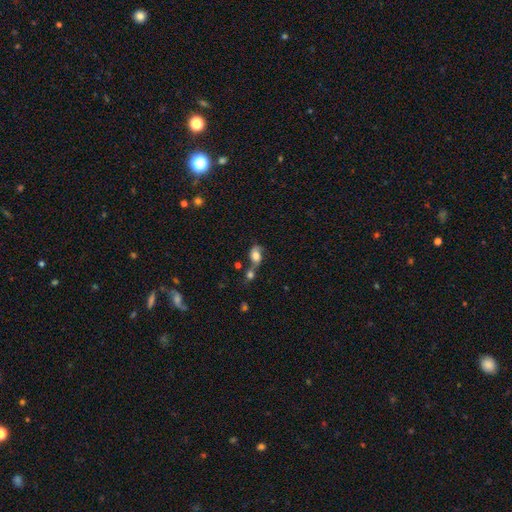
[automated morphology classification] Smooth or featured? smooth (63%)
How rounded? in between (73%)
Merging? merger (43%)